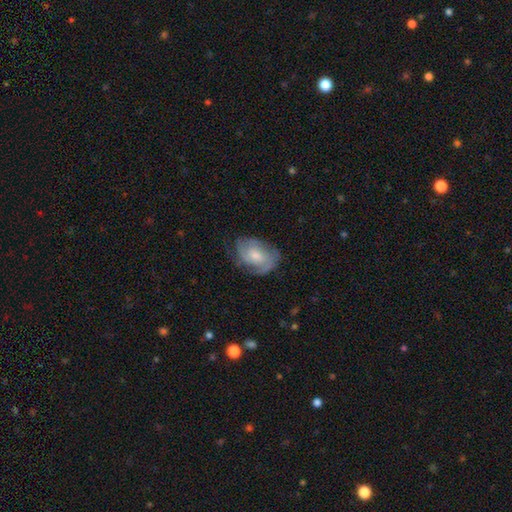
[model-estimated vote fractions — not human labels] Overall: featured or disk (63%; smooth 30%). Edge-on disk: no (96%). Bar: no (64%; weak 30%). Spiral arms: yes (87%). Spiral arm count: 2 (42%; can't tell 29%). Spiral winding: tight (43%; medium 41%). Bulge size: moderate (46%; small 42%). Merging: none (63%; minor disturbance 24%).